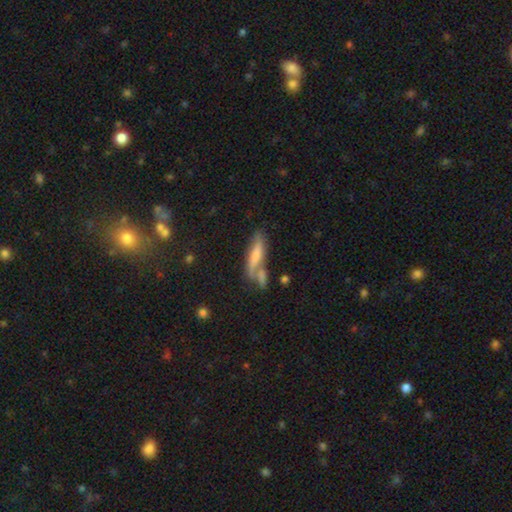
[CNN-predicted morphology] This appears to be a smooth galaxy with no disk features (57%) that is cigar-shaped (68%). Merging: none (45%).